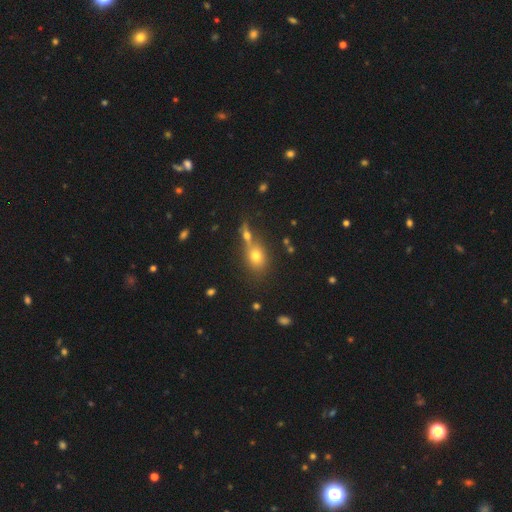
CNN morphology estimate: Smooth or featured: smooth — 70% (star or artifact — 16%)
How rounded: in between — 53% (round — 44%)
Merging: none — 47% (merger — 37%)